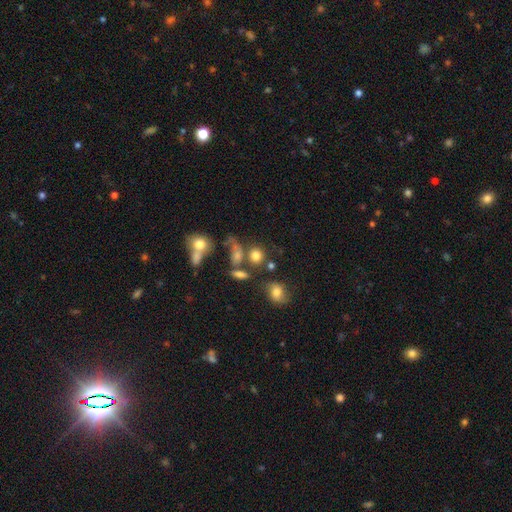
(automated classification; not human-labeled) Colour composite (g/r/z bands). It shows a smooth galaxy with no disk features (77%) that is round (77%). Merging: none (55%).